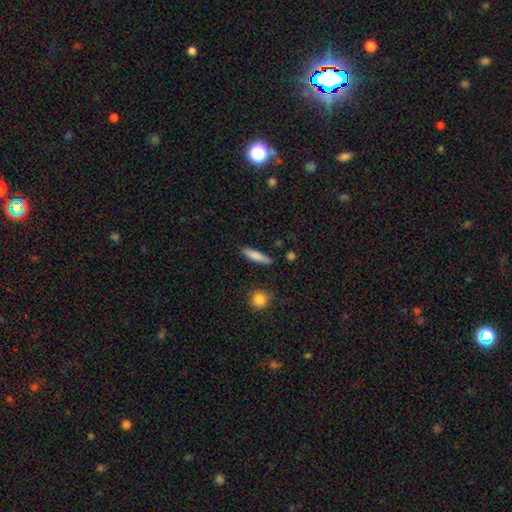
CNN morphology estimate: A smooth galaxy with no disk features (78%) that is cigar-shaped (80%).

Vote fractions:
- Smooth or featured? smooth: 78% / featured or disk: 16% / star or artifact: 6%
- How rounded? cigar-shaped: 80% / in between: 17% / round: 2%
- Merging? none: 87% / minor disturbance: 9% / merger: 2% / major disturbance: 2%